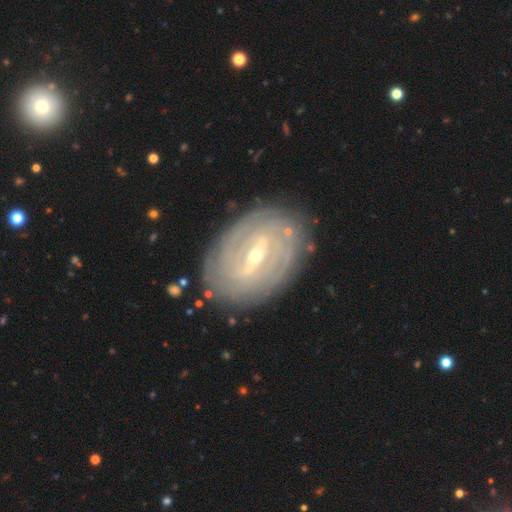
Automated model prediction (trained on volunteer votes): A featured or disk galaxy (87%) with a strong bar (56%), tight (79%) spiral arms (89%) and a small central bulge (66%).

Vote fractions:
- Smooth or featured? featured or disk: 87% / smooth: 8% / star or artifact: 5%
- Edge-on disk? no: 94% / yes: 6%
- Bar? strong: 56% / weak: 35% / no: 9%
- Spiral arms? yes: 89% / no: 11%
- Spiral winding? tight: 79% / medium: 16% / loose: 5%
- Spiral arm count? can't tell: 39% / 2: 26% / 4: 12% / 3: 12% / more than 4: 7% / 1: 5%
- Bulge size? small: 66% / moderate: 31% / large: 1% / none: 1% / dominant: 1%
- Merging? none: 83% / minor disturbance: 12% / major disturbance: 3% / merger: 1%